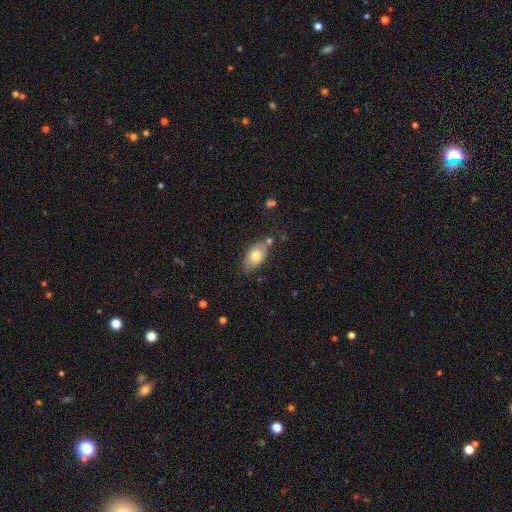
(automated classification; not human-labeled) Q: Smooth or featured?
A: smooth (73%); runner-up: featured or disk (20%)
Q: How rounded?
A: in between (89%); runner-up: round (8%)
Q: Merging?
A: none (68%); runner-up: minor disturbance (19%)